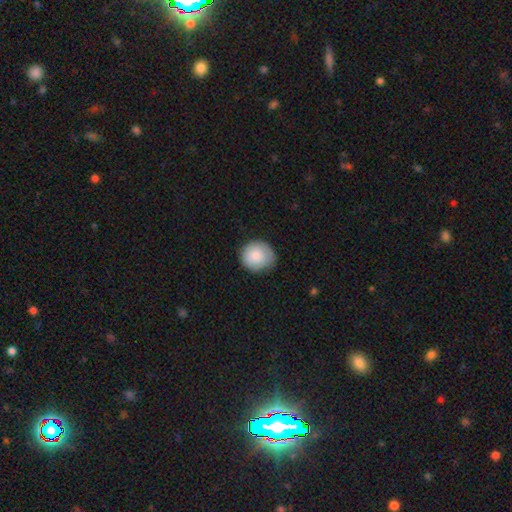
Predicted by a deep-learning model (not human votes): smooth_or_featured: smooth (p=0.85) [alt: featured or disk p=0.08]
how_rounded: round (p=0.86) [alt: in between p=0.13]
merging: none (p=0.78) [alt: minor disturbance p=0.18]